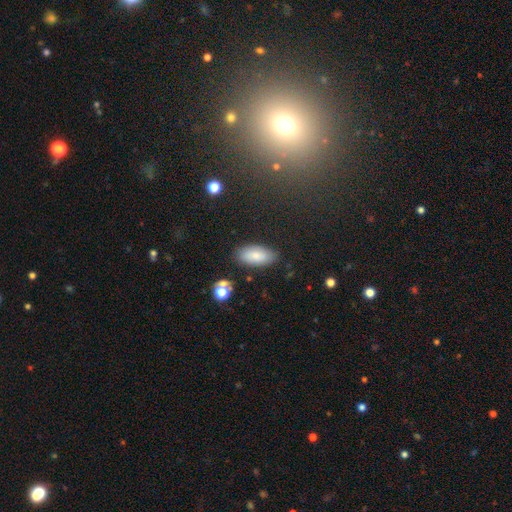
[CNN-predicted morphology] Q: Smooth or featured?
A: smooth (80%); runner-up: featured or disk (12%)
Q: How rounded?
A: in between (91%); runner-up: cigar-shaped (6%)
Q: Merging?
A: none (81%); runner-up: minor disturbance (13%)